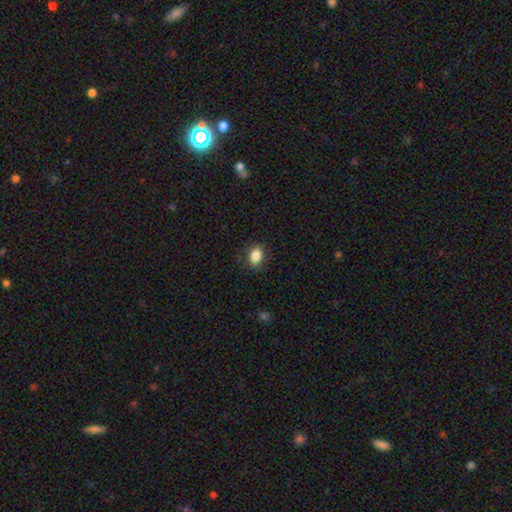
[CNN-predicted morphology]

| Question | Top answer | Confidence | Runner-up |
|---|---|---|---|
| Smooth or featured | smooth | 85% | star or artifact (9%) |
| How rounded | in between | 77% | round (21%) |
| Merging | none | 83% | minor disturbance (12%) |